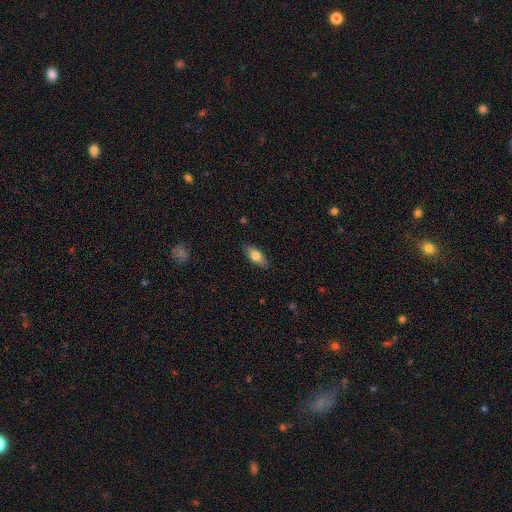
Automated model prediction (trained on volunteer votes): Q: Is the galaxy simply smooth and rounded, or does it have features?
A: smooth — 76%.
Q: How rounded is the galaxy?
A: in between — 82%.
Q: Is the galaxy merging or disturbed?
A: none — 87%.